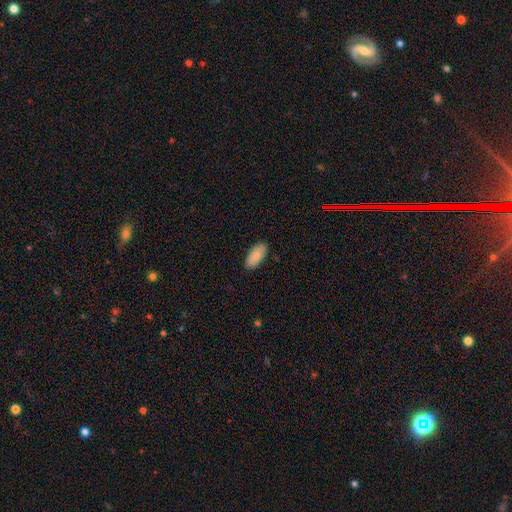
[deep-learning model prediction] smooth-or-featured: smooth: 87% | featured or disk: 7% | star or artifact: 6%
  how-rounded: in between: 90% | cigar-shaped: 8% | round: 2%
  merging: none: 88% | minor disturbance: 9% | major disturbance: 2% | merger: 1%